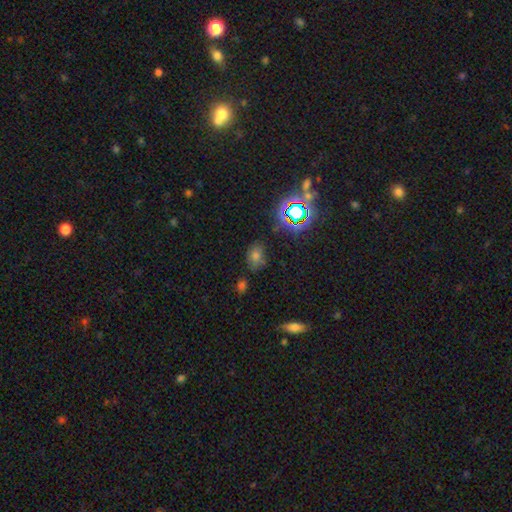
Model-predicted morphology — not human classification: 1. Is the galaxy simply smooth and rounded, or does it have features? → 59% smooth, 31% star or artifact, 10% featured or disk.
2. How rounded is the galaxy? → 71% in between, 27% round, 2% cigar-shaped.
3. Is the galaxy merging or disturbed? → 71% none, 18% minor disturbance, 6% major disturbance, 5% merger.